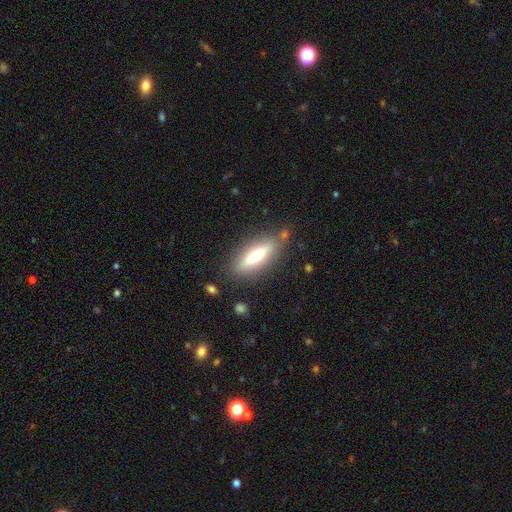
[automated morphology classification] Smooth or featured?
  - smooth: 65% *
  - featured or disk: 27%
  - star or artifact: 8%
How rounded?
  - cigar-shaped: 56% *
  - in between: 42%
  - round: 2%
Merging?
  - none: 82% *
  - minor disturbance: 12%
  - major disturbance: 3%
  - merger: 3%